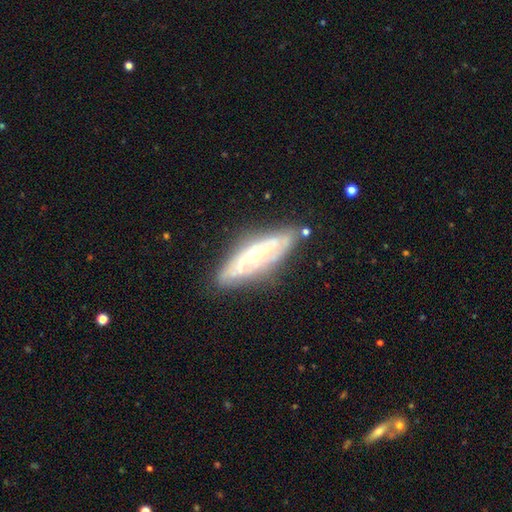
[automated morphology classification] Smooth or featured: featured or disk — 74% (smooth — 20%)
Edge-on disk: no — 67% (yes — 33%)
Merging: none — 75% (minor disturbance — 18%)